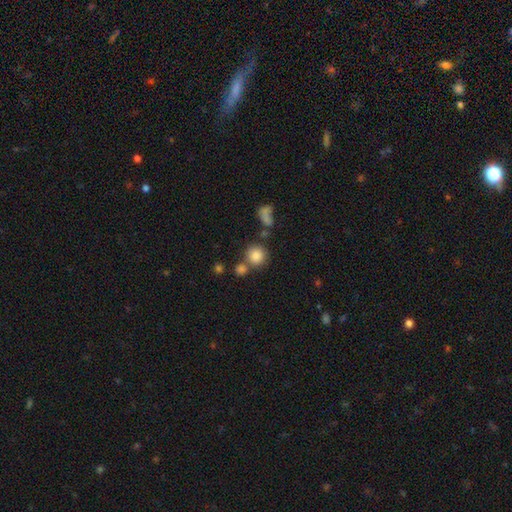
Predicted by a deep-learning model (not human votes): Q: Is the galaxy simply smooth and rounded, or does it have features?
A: smooth — 83%.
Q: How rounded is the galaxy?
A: round — 90%.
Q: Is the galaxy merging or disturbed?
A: none — 63%.